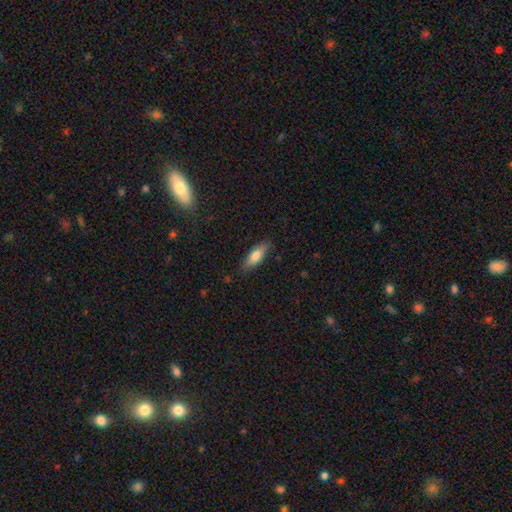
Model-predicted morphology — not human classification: type=smooth (74%); roundness=in between (59%); merging=none (84%).